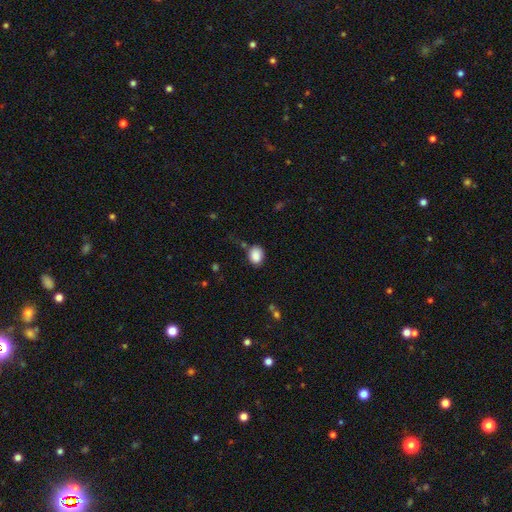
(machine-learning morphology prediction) Smooth or featured?
  - smooth: 88% *
  - star or artifact: 8%
  - featured or disk: 4%
How rounded?
  - in between: 53% *
  - round: 46%
  - cigar-shaped: 1%
Merging?
  - none: 73% *
  - minor disturbance: 18%
  - major disturbance: 5%
  - merger: 4%